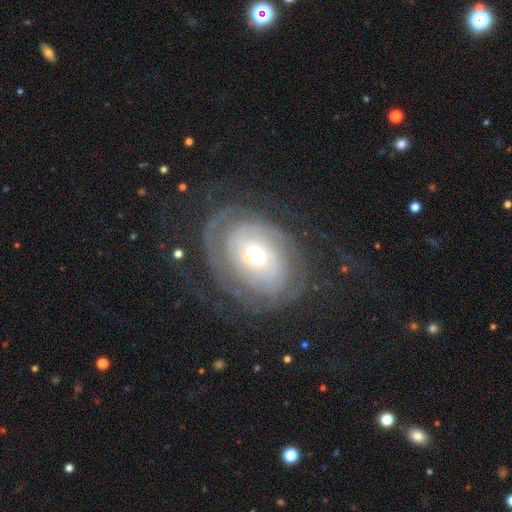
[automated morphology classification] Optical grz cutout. It shows a featured or disk galaxy (81%) with no bar (67%), tight (69%) spiral arms (88%) and a moderate central bulge (55%). Merging: none (64%).